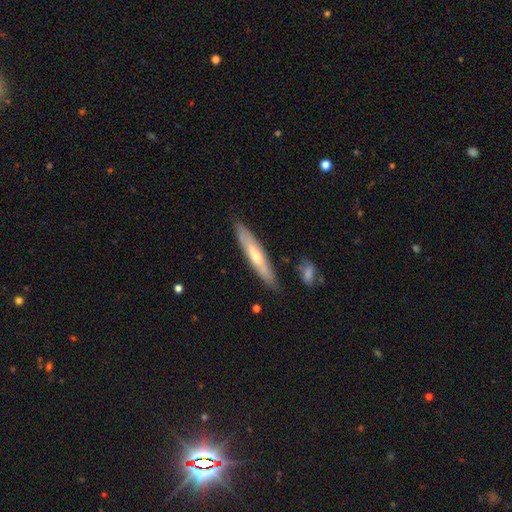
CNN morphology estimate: Smooth or featured? featured or disk (48%)
Merging? none (83%)